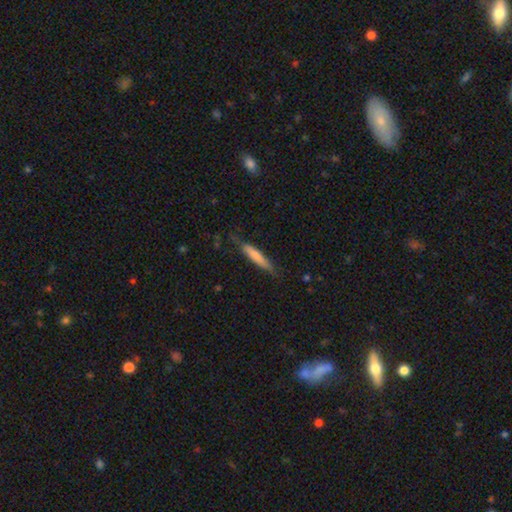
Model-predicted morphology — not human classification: This appears to be a smooth galaxy with no disk features (69%) that is cigar-shaped (89%). Merging: none (71%).